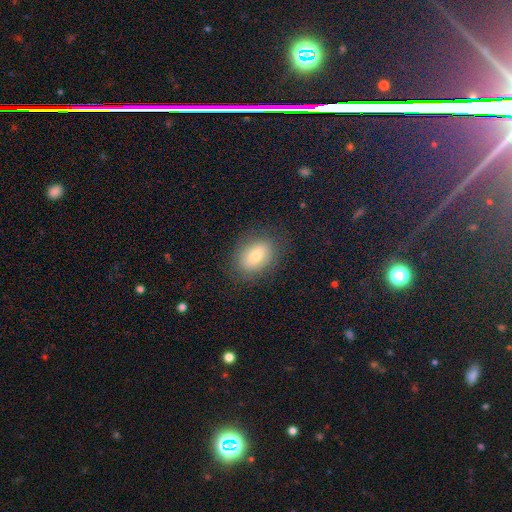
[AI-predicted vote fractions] A smooth galaxy with no disk features (72%) that is in between round and cigar-shaped (77%).

Vote fractions:
- Smooth or featured? smooth: 72% / featured or disk: 18% / star or artifact: 10%
- How rounded? in between: 77% / round: 21% / cigar-shaped: 2%
- Merging? none: 81% / minor disturbance: 13% / major disturbance: 5% / merger: 1%